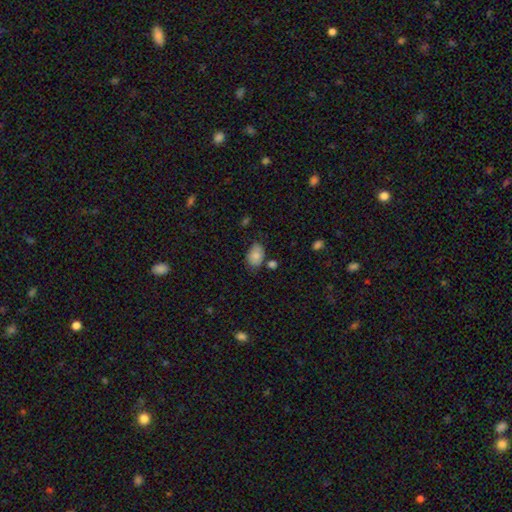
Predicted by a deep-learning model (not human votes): A smooth galaxy with no disk features (81%) that is in between round and cigar-shaped (84%).

Vote fractions:
- Smooth or featured? smooth: 81% / featured or disk: 10% / star or artifact: 8%
- How rounded? in between: 84% / round: 15% / cigar-shaped: 1%
- Merging? none: 67% / minor disturbance: 22% / merger: 7% / major disturbance: 5%